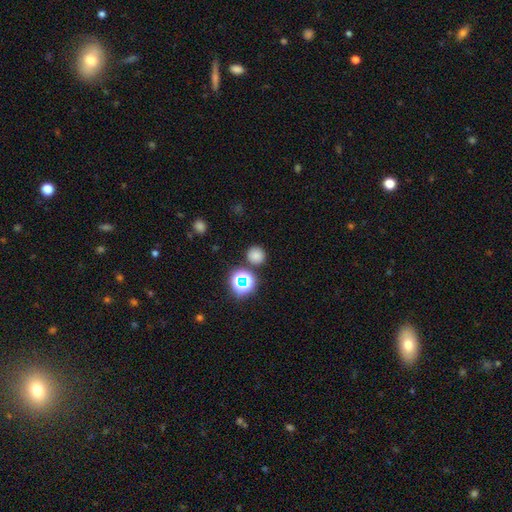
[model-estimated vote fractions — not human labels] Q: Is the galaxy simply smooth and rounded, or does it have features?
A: smooth — 74%.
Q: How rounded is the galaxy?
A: round — 92%.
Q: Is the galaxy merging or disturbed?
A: none — 83%.